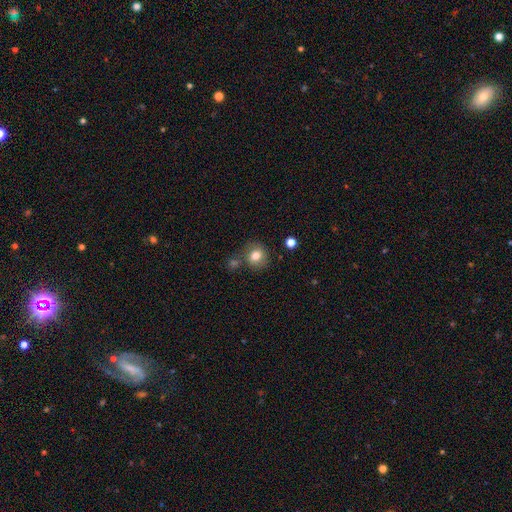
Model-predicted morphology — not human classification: This is likely a smooth galaxy (80%). How rounded: likely round (79%). Merging: likely none (70%).